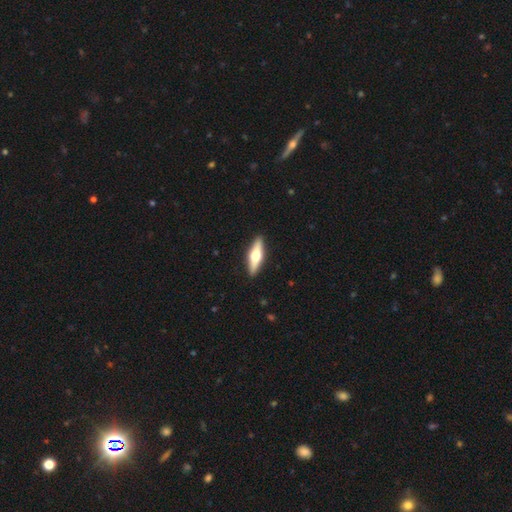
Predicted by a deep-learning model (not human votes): This is possibly a featured or disk galaxy (53%). It is clearly viewed edge-on (94%). Merging: clearly none (91%).